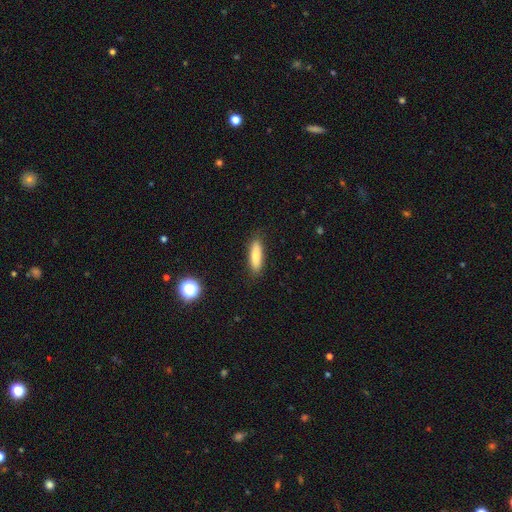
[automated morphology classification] smooth-or-featured: smooth: 79% | featured or disk: 14% | star or artifact: 7%
  how-rounded: cigar-shaped: 60% | in between: 38% | round: 2%
  merging: none: 87% | minor disturbance: 10% | major disturbance: 2% | merger: 1%